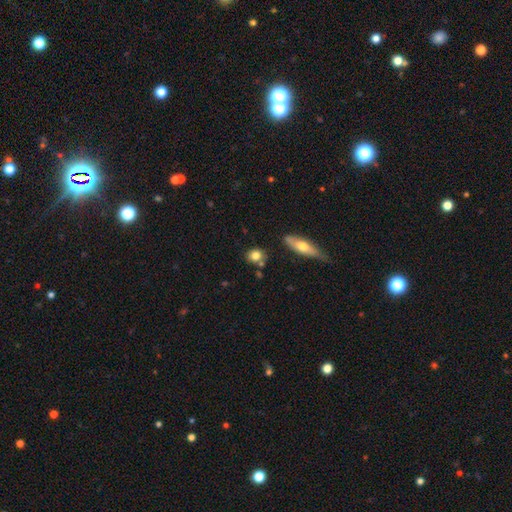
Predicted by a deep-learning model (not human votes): smooth 78%, featured or disk 13%, star or artifact 9%. Down the decision tree: how rounded — round (62%); merging — none (71%).